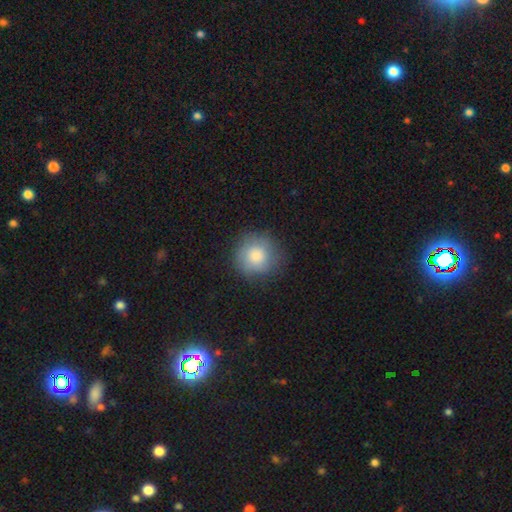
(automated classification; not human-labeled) A smooth galaxy with no disk features (81%) that is round (91%).

Vote fractions:
- Smooth or featured? smooth: 81% / featured or disk: 11% / star or artifact: 8%
- How rounded? round: 91% / in between: 8% / cigar-shaped: 1%
- Merging? none: 80% / minor disturbance: 15% / major disturbance: 4% / merger: 1%